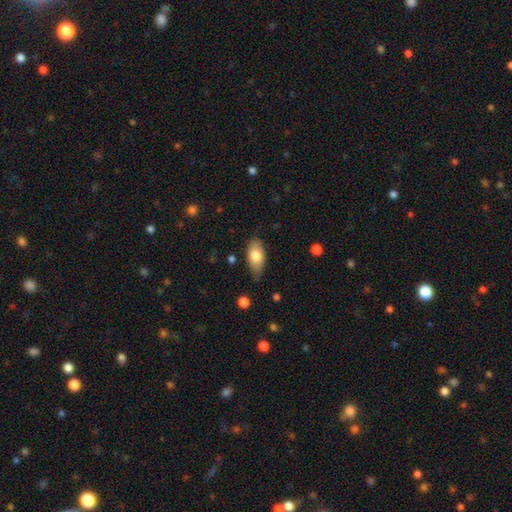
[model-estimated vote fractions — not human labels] Smooth or featured: smooth — 78% (featured or disk — 16%)
How rounded: in between — 90% (cigar-shaped — 7%)
Merging: none — 75% (minor disturbance — 20%)